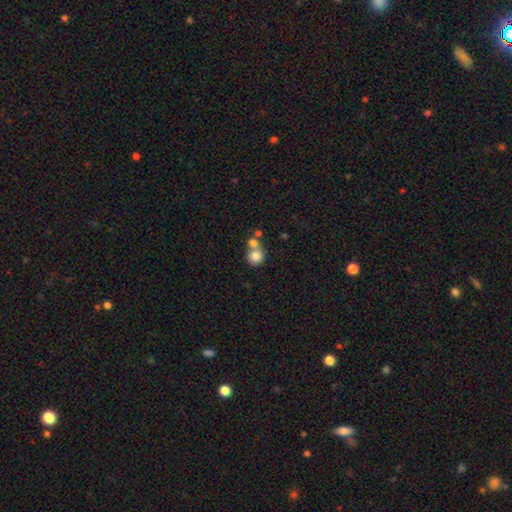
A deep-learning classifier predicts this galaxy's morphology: smooth-or-featured: smooth: 80% | featured or disk: 10% | star or artifact: 9%
  how-rounded: round: 86% | in between: 13% | cigar-shaped: 1%
  merging: merger: 45% | none: 43% | minor disturbance: 8% | major disturbance: 4%